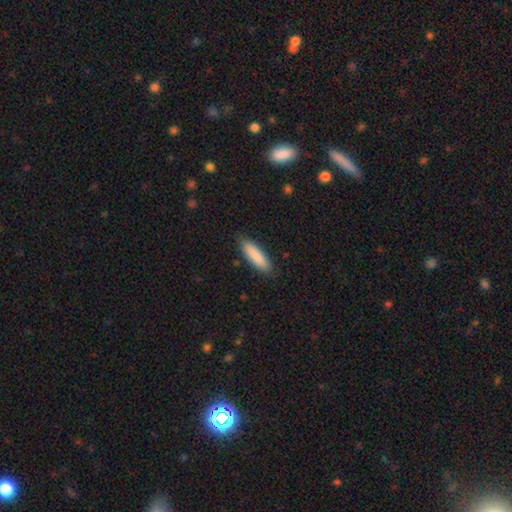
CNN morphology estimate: smooth 87%, featured or disk 7%, star or artifact 6%. Down the decision tree: how rounded — cigar-shaped (65%); merging — none (87%).